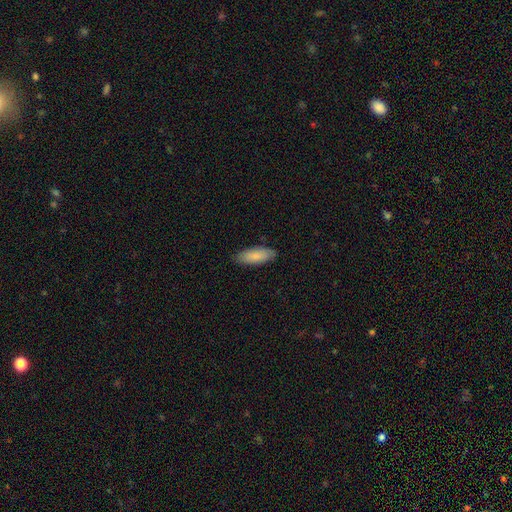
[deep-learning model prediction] This appears to be a smooth galaxy with no disk features (86%) that is in between round and cigar-shaped (68%). Merging: none (83%).